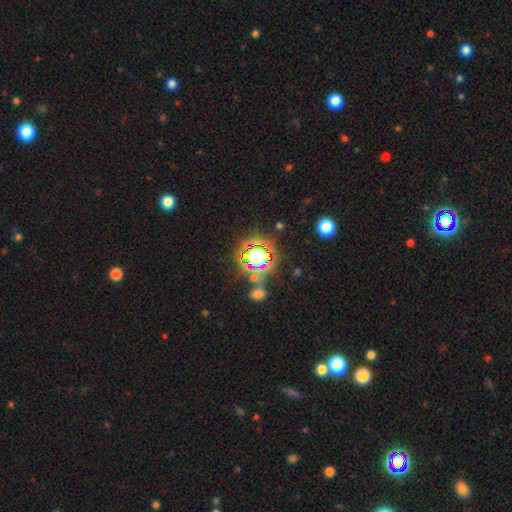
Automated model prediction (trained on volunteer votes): A star or artifact, not a galaxy (62%).

Vote fractions:
- Smooth or featured? star or artifact: 62% / smooth: 26% / featured or disk: 12%